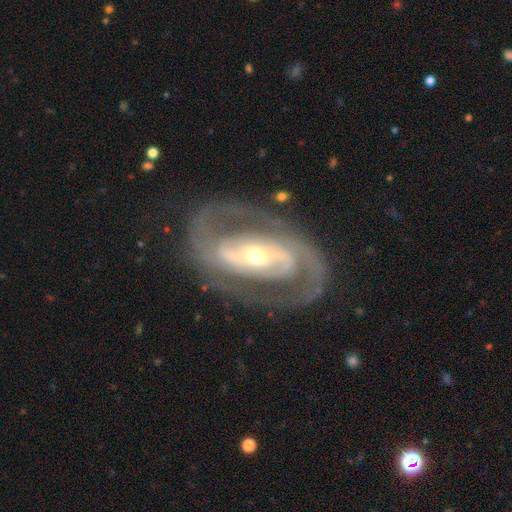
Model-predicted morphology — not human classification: Smooth or featured? featured or disk (89%)
Edge-on disk? no (96%)
Bar? strong (44%)
Spiral arms? yes (92%)
Spiral winding? medium (45%)
Spiral arm count? 2 (87%)
Bulge size? small (51%)
Merging? none (78%)